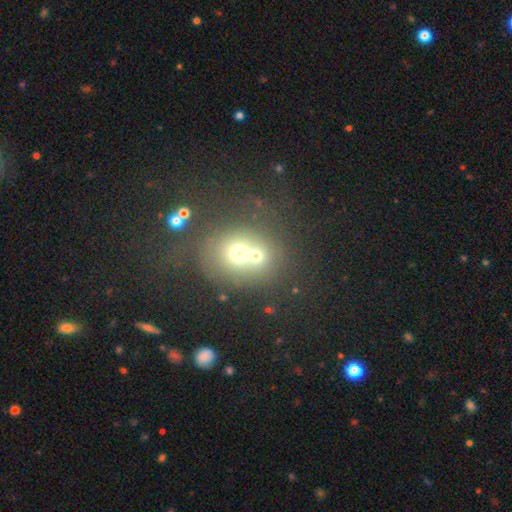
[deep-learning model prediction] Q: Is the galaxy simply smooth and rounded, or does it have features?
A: smooth — 60%.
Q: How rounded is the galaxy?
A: round — 77%.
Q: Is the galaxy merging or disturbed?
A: merger — 56%.